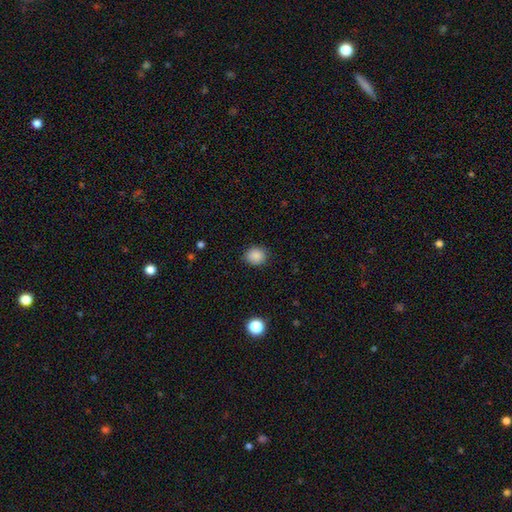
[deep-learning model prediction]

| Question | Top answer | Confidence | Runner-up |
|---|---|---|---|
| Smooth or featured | smooth | 87% | star or artifact (9%) |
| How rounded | round | 72% | in between (27%) |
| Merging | none | 86% | minor disturbance (10%) |